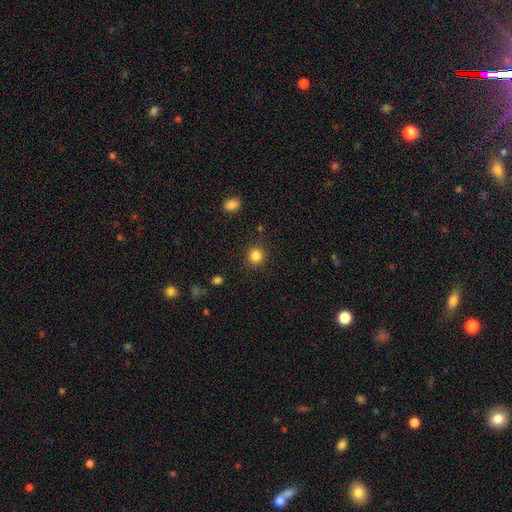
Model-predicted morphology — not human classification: smooth-or-featured: smooth: 85% | star or artifact: 11% | featured or disk: 4%
  how-rounded: round: 93% | in between: 6% | cigar-shaped: 1%
  merging: none: 90% | minor disturbance: 6% | major disturbance: 2% | merger: 1%